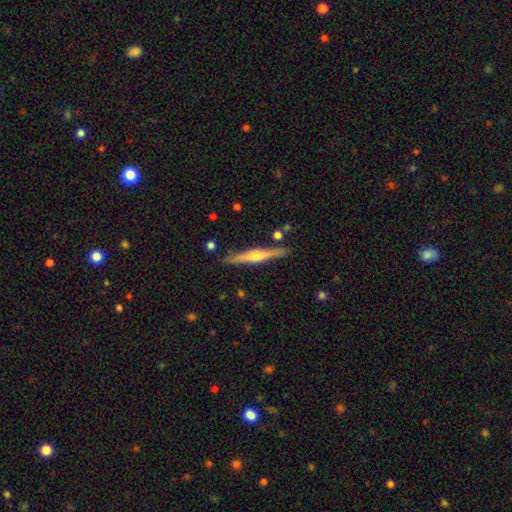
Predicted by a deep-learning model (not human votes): Smooth or featured? featured or disk (71%)
Edge-on disk? yes (98%)
Edge-on bulge? rounded (85%)
Merging? none (88%)